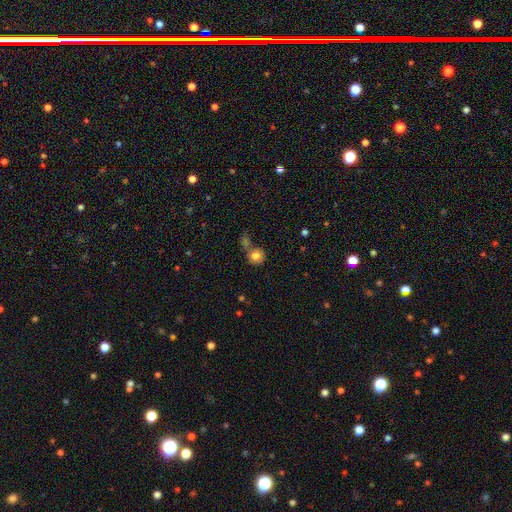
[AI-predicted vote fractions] This appears to be a smooth galaxy with no disk features (81%) that is round (89%). Merging: none (52%).